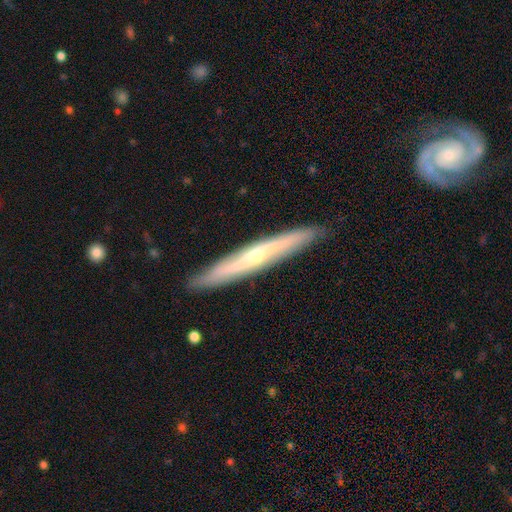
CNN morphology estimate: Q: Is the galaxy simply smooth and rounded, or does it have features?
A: featured or disk — 66%.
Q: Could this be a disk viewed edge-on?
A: yes — 89%.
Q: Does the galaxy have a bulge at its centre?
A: rounded — 62%.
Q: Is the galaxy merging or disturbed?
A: none — 89%.